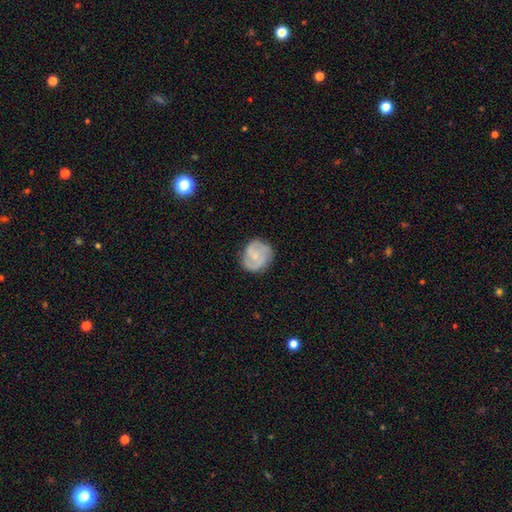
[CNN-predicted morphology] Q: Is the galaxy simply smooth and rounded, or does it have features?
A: featured or disk — 53%.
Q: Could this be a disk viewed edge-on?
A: no — 98%.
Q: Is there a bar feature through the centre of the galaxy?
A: no — 70%.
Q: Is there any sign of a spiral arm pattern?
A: yes — 84%.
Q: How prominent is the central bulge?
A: small — 62%.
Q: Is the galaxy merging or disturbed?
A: none — 75%.